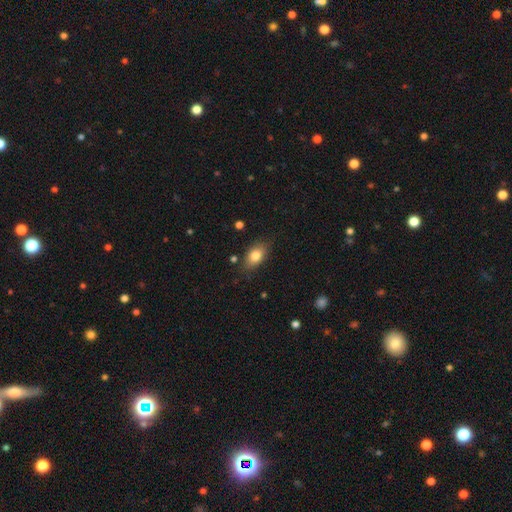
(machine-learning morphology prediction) Overall: smooth (80%). How rounded: in between (86%). Merging: none (80%).